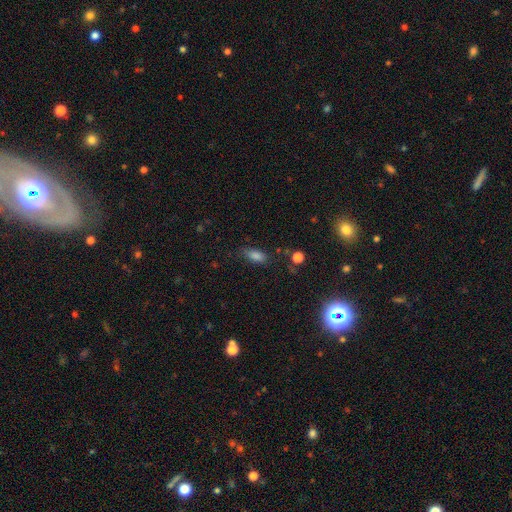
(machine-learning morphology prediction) A smooth galaxy with no disk features (82%) that is in between round and cigar-shaped (83%). Merging: none (68%).